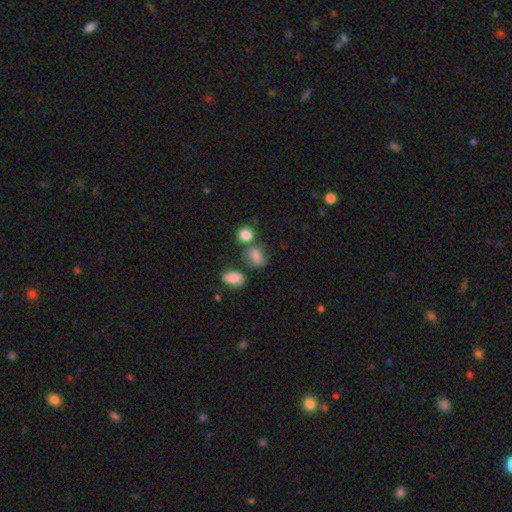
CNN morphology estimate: A smooth galaxy with no disk features (76%) that is in between round and cigar-shaped (56%). Merging: none (51%).